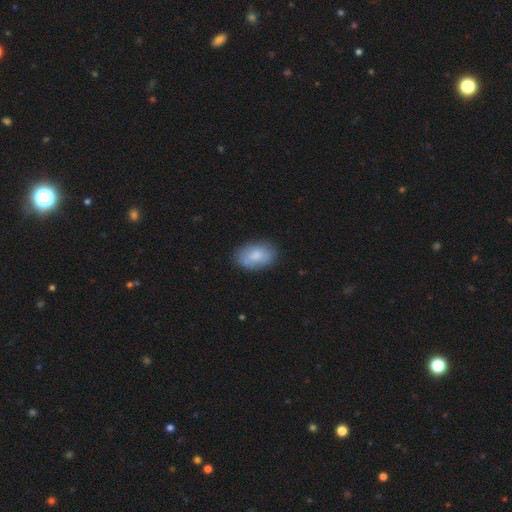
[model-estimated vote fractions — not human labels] The model was most divided on "smooth or featured": smooth: 74%, featured or disk: 19%, star or artifact: 7%. More confident: how rounded — in between (89%); merging — none (74%).